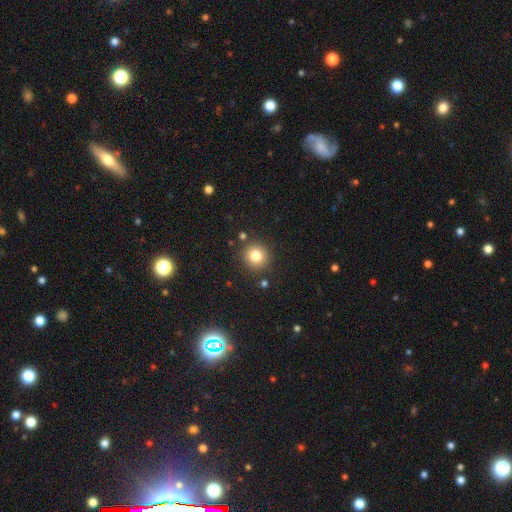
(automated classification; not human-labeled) Smooth or featured: smooth — 81% (star or artifact — 12%)
How rounded: round — 92% (in between — 7%)
Merging: none — 87% (minor disturbance — 7%)